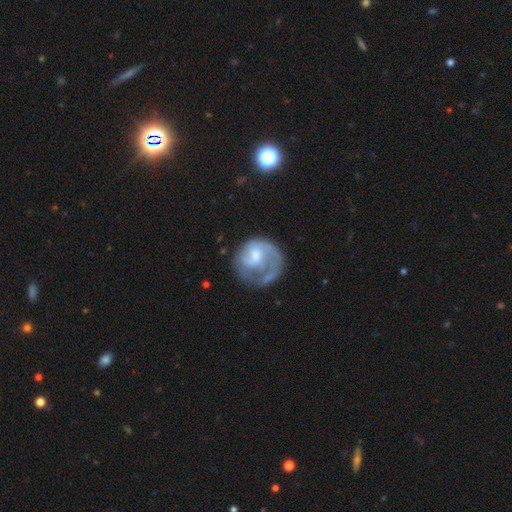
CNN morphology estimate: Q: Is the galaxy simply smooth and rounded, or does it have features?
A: featured or disk — 60%.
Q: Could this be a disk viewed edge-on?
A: no — 98%.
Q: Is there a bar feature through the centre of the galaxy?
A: no — 57%.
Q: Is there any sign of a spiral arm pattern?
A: yes — 70%.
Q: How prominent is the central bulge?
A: moderate — 40%.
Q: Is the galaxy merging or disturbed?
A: none — 42%.